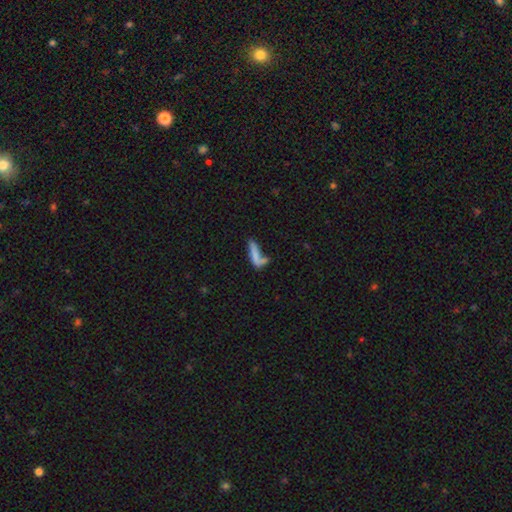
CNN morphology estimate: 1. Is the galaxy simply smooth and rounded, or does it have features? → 67% smooth, 23% featured or disk, 9% star or artifact.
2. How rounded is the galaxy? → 71% cigar-shaped, 27% in between, 3% round.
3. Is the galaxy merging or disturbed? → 36% none, 30% merger, 18% minor disturbance, 16% major disturbance.